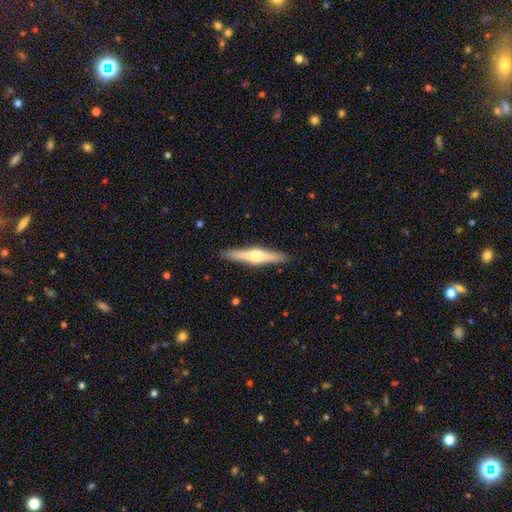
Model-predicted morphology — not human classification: The model was most divided on "smooth or featured": featured or disk: 61%, smooth: 34%, star or artifact: 5%. More confident: edge-on disk — yes (97%); edge-on bulge — rounded (91%); merging — none (90%).